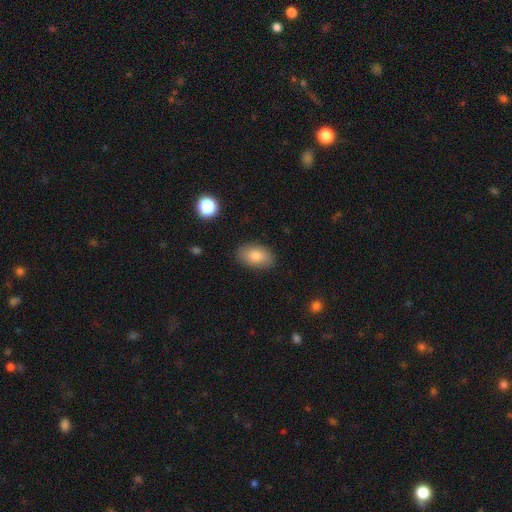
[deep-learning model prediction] This appears to be a smooth galaxy with no disk features (82%) that is in between round and cigar-shaped (90%). Merging: none (86%).